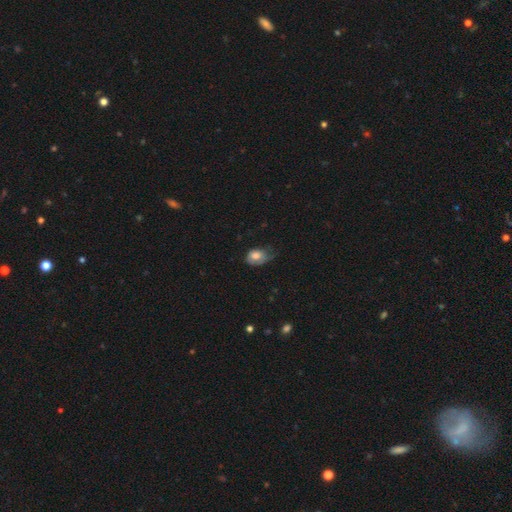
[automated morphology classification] smooth_or_featured: smooth (p=0.75) [alt: featured or disk p=0.17]
how_rounded: in between (p=0.72) [alt: round p=0.26]
merging: minor disturbance (p=0.42) [alt: none p=0.31]